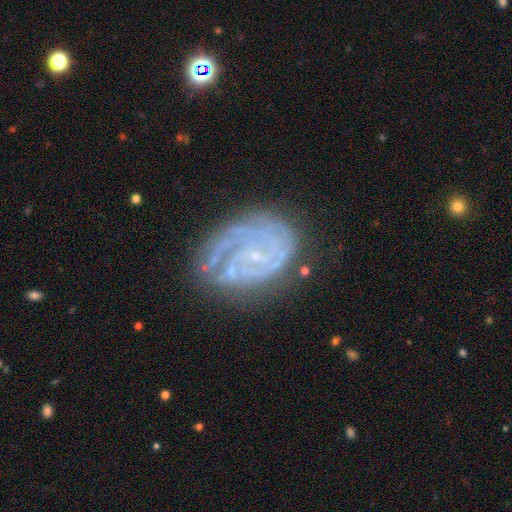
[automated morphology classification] smooth_or_featured: featured or disk (p=0.84) [alt: smooth p=0.08]
disk_edge_on: no (p=0.97) [alt: yes p=0.03]
bar: no (p=0.66) [alt: weak p=0.26]
has_spiral_arms: yes (p=0.94) [alt: no p=0.06]
spiral_winding: tight (p=0.69) [alt: medium p=0.25]
spiral_arm_count: can't tell (p=0.29) [alt: 3 p=0.22]
bulge_size: small (p=0.84) [alt: moderate p=0.08]
merging: none (p=0.63) [alt: minor disturbance p=0.22]